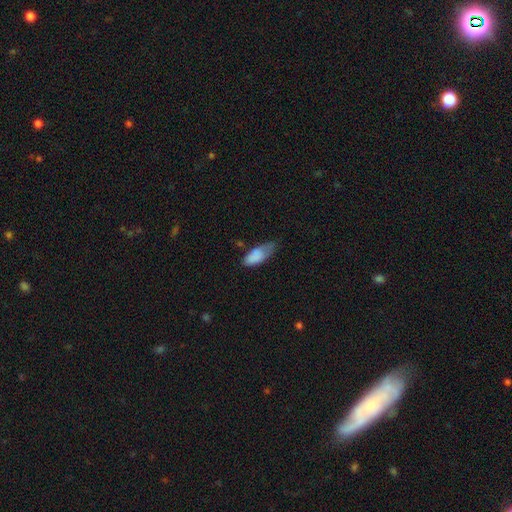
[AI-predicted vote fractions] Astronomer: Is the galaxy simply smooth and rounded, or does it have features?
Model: smooth — 82%.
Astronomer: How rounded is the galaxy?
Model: in between — 84%.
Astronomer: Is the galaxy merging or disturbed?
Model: minor disturbance — 43% (runner-up: none, 37%).